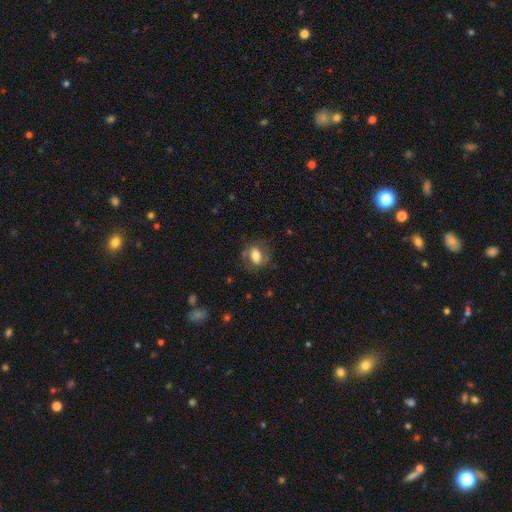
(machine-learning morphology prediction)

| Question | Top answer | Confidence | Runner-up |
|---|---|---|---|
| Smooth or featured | smooth | 58% | featured or disk (33%) |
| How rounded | in between | 69% | round (29%) |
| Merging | none | 68% | minor disturbance (19%) |